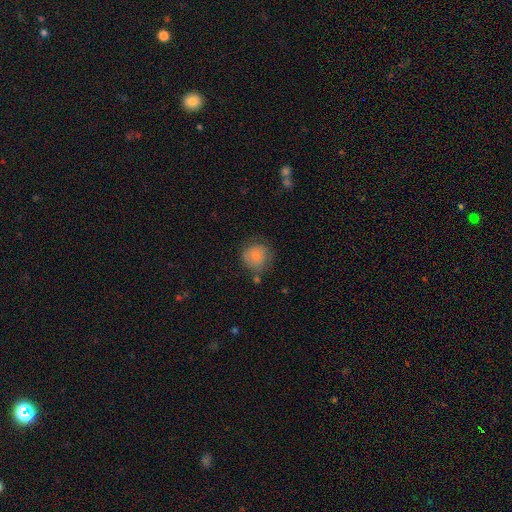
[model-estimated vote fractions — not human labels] smooth-or-featured: smooth: 80% | featured or disk: 12% | star or artifact: 8%
  how-rounded: round: 86% | in between: 13% | cigar-shaped: 1%
  merging: none: 64% | minor disturbance: 24% | major disturbance: 8% | merger: 5%